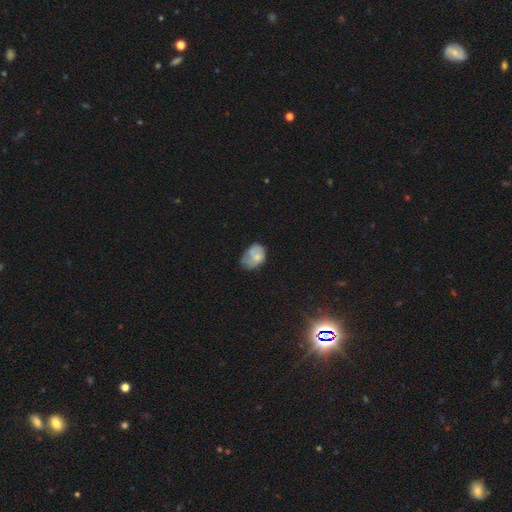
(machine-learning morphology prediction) Smooth or featured?
  - smooth: 58% *
  - featured or disk: 33%
  - star or artifact: 9%
How rounded?
  - in between: 72% *
  - round: 27%
  - cigar-shaped: 1%
Merging?
  - none: 38% *
  - minor disturbance: 35%
  - major disturbance: 20%
  - merger: 7%